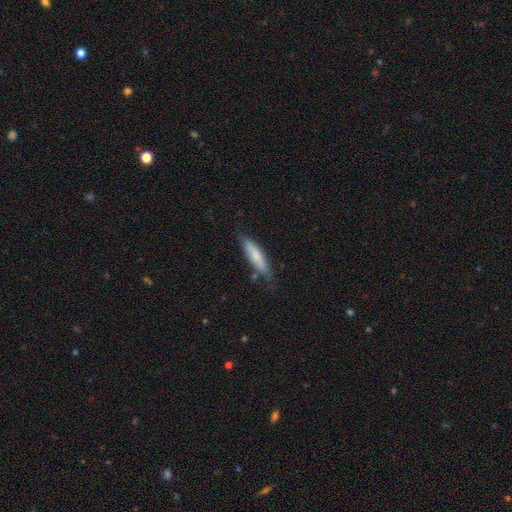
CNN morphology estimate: Smooth or featured? smooth (76%)
How rounded? cigar-shaped (77%)
Merging? none (72%)